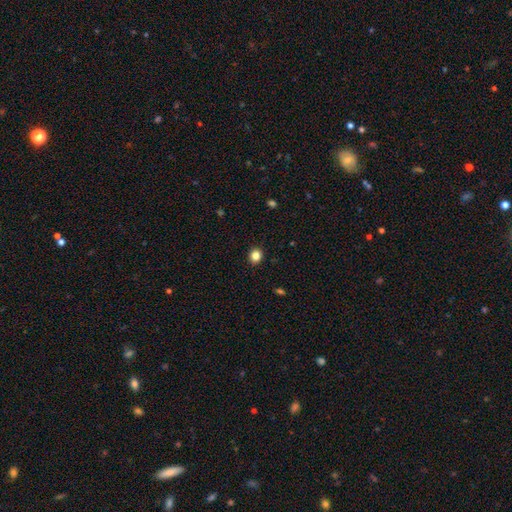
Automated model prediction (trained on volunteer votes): smooth 84%, star or artifact 11%, featured or disk 4%. Down the decision tree: how rounded — round (80%); merging — none (91%).